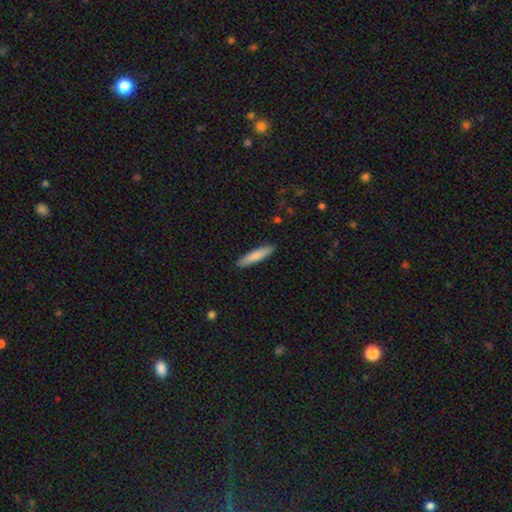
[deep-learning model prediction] The model was most divided on "smooth or featured": smooth: 80%, featured or disk: 15%, star or artifact: 5%. More confident: merging — none (90%); how rounded — cigar-shaped (86%).